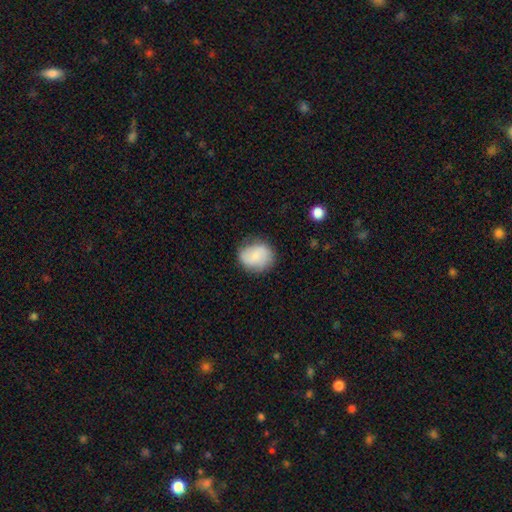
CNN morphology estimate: The model was most divided on "how rounded": round: 62%, in between: 37%, cigar-shaped: 1%. More confident: merging — none (73%); smooth or featured — smooth (67%).